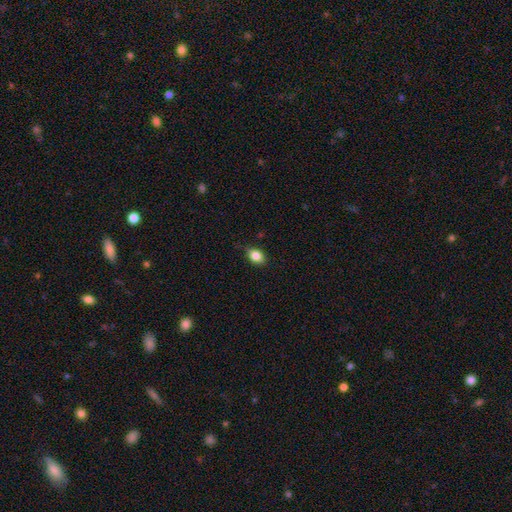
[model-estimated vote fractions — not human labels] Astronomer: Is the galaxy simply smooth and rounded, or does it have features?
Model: smooth — 84%.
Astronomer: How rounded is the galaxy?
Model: in between — 72%.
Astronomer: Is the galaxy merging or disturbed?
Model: none — 79%.